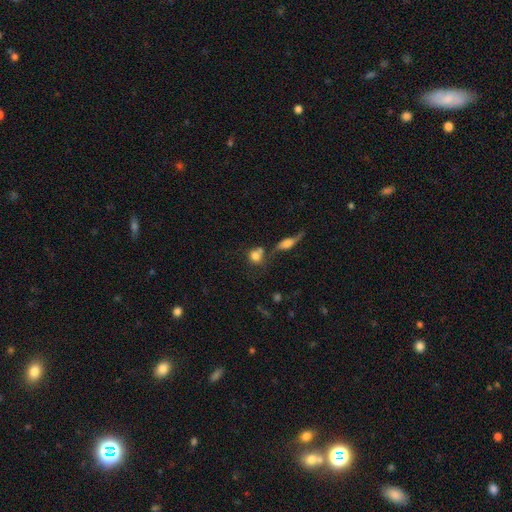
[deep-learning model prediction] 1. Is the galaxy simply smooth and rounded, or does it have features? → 76% smooth, 14% featured or disk, 11% star or artifact.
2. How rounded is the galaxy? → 78% round, 19% in between, 3% cigar-shaped.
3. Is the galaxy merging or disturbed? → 45% none, 33% merger, 14% minor disturbance, 8% major disturbance.